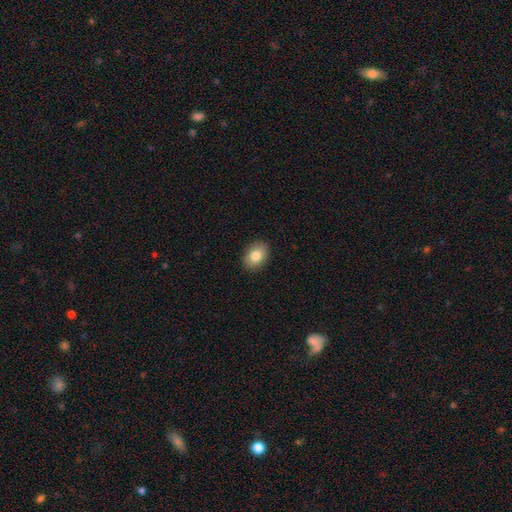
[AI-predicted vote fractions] Overall: smooth (83%). How rounded: in between (71%). Merging: none (89%).